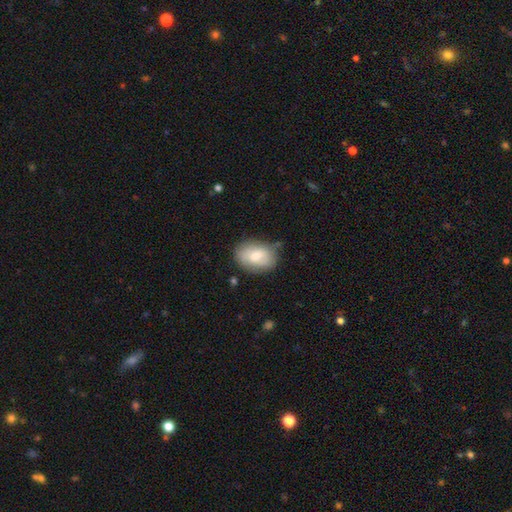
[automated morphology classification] This is likely a smooth galaxy (69%). How rounded: clearly in between (81%). Merging: likely none (68%).